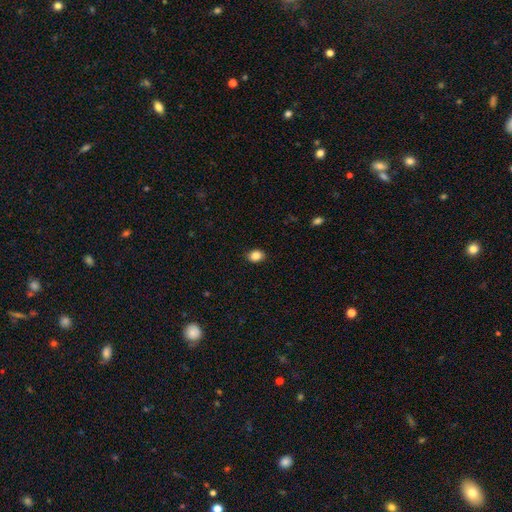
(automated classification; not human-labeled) Q: Smooth or featured?
A: smooth (86%); runner-up: star or artifact (9%)
Q: How rounded?
A: in between (56%); runner-up: round (43%)
Q: Merging?
A: none (87%); runner-up: minor disturbance (10%)